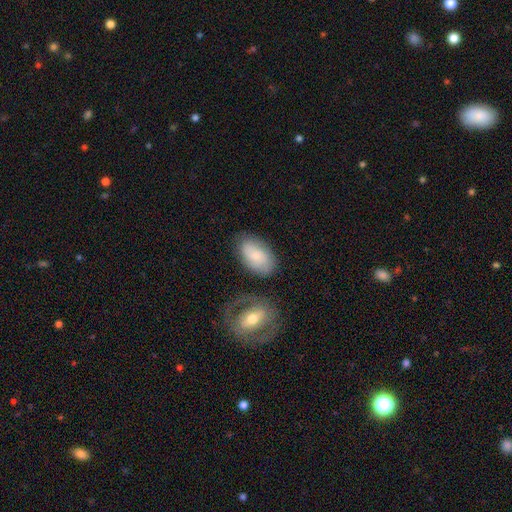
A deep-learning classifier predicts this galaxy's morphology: Smooth or featured? Predicted: smooth (p=0.69). How rounded? Predicted: in between (p=0.92). Merging? Predicted: none (p=0.67).